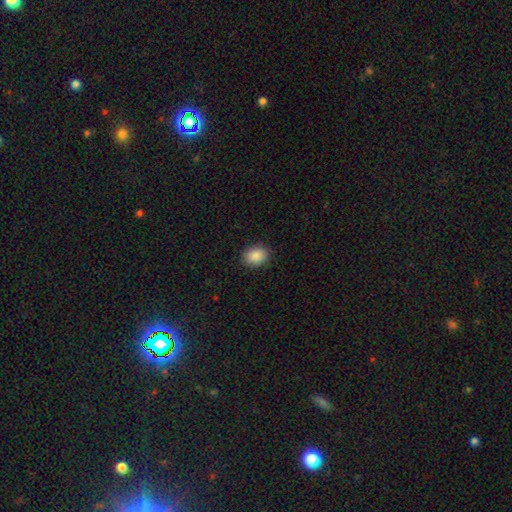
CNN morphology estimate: A smooth galaxy with no disk features (89%) that is in between round and cigar-shaped (60%). Merging: none (88%).